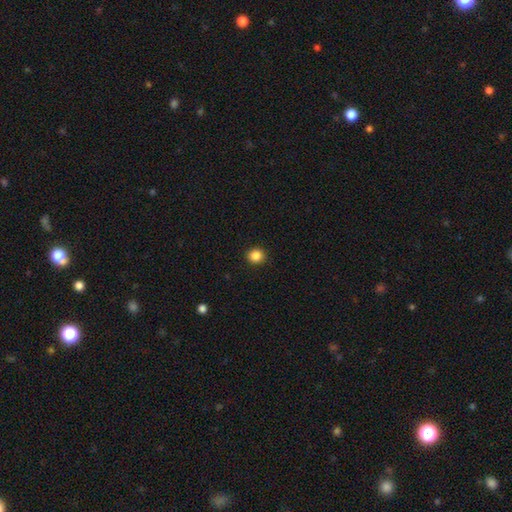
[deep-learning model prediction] smooth_or_featured: smooth (p=0.86) [alt: star or artifact p=0.11]
how_rounded: round (p=0.87) [alt: in between p=0.12]
merging: none (p=0.92) [alt: minor disturbance p=0.05]